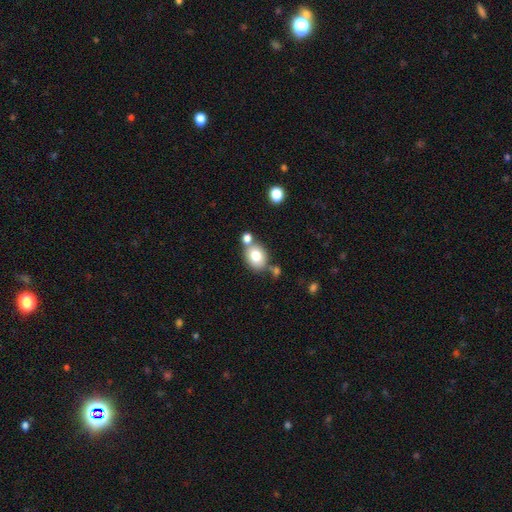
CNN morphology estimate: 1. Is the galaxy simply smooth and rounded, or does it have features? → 77% smooth, 14% featured or disk, 10% star or artifact.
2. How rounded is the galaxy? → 52% in between, 46% round, 1% cigar-shaped.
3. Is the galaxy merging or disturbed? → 58% none, 24% merger, 13% minor disturbance, 4% major disturbance.